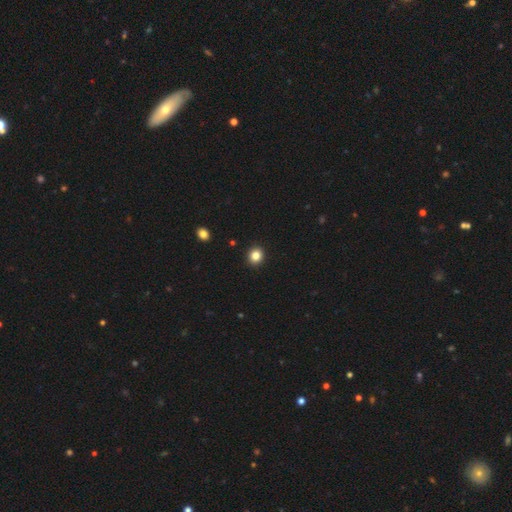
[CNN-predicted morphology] Smooth or featured?
  - smooth: 84% *
  - star or artifact: 11%
  - featured or disk: 5%
How rounded?
  - round: 85% *
  - in between: 15%
  - cigar-shaped: 1%
Merging?
  - none: 92% *
  - minor disturbance: 5%
  - major disturbance: 1%
  - merger: 1%